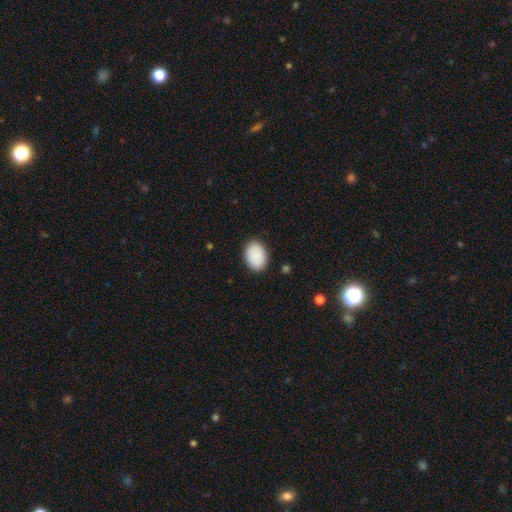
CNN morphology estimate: Q: Smooth or featured?
A: smooth (91%); runner-up: star or artifact (6%)
Q: How rounded?
A: in between (85%); runner-up: round (14%)
Q: Merging?
A: none (89%); runner-up: minor disturbance (8%)